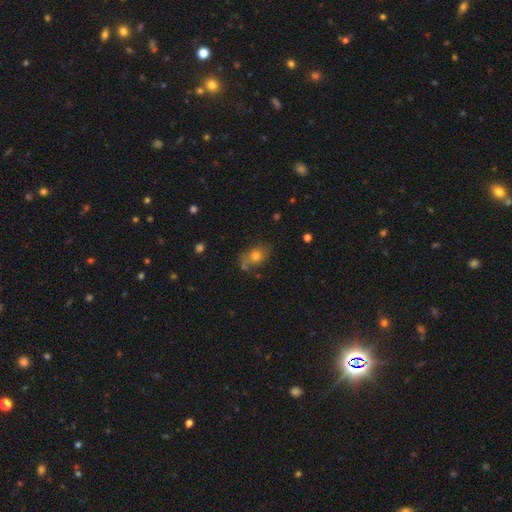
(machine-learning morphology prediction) This appears to be a smooth galaxy with no disk features (69%) that is in between round and cigar-shaped (67%). Merging: none (60%).